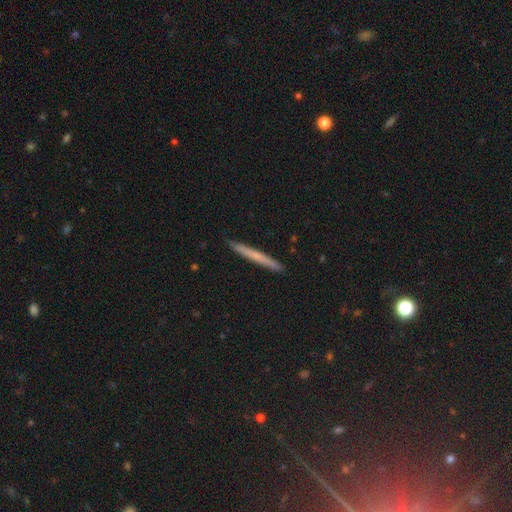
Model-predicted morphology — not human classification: This is possibly a smooth galaxy (56%). How rounded: clearly cigar-shaped (97%). Merging: clearly none (92%).